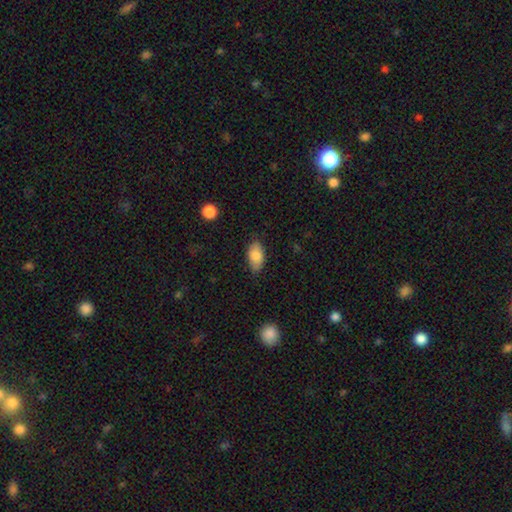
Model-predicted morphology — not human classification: This is clearly a smooth galaxy (83%). How rounded: clearly in between (93%). Merging: likely none (78%).